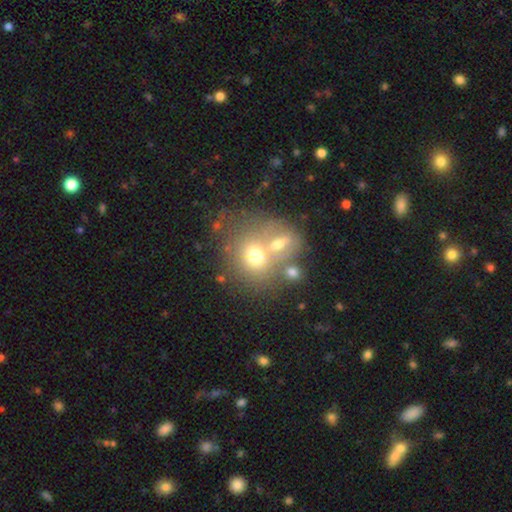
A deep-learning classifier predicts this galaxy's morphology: smooth-or-featured: smooth: 63% | featured or disk: 24% | star or artifact: 14%
  how-rounded: round: 65% | in between: 34% | cigar-shaped: 1%
  merging: merger: 52% | none: 32% | minor disturbance: 10% | major disturbance: 6%